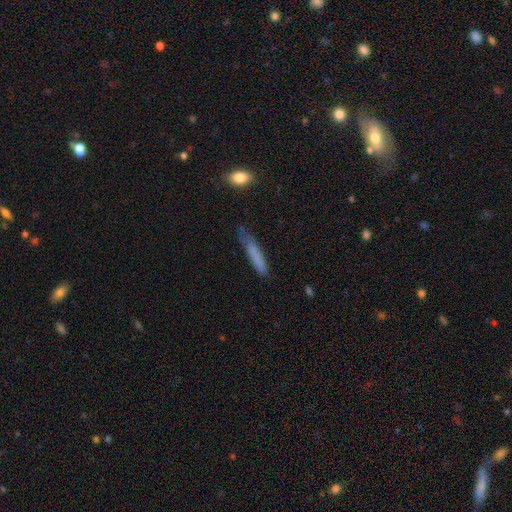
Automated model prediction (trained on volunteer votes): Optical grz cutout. It shows a smooth galaxy with no disk features (74%) that is cigar-shaped (91%). Merging: none (61%).